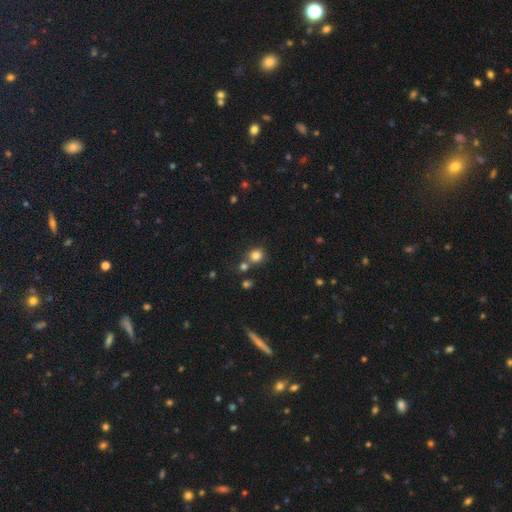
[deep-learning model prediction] smooth-or-featured: smooth: 81% | star or artifact: 13% | featured or disk: 6%
  how-rounded: round: 87% | in between: 12% | cigar-shaped: 1%
  merging: none: 69% | merger: 19% | minor disturbance: 9% | major disturbance: 3%